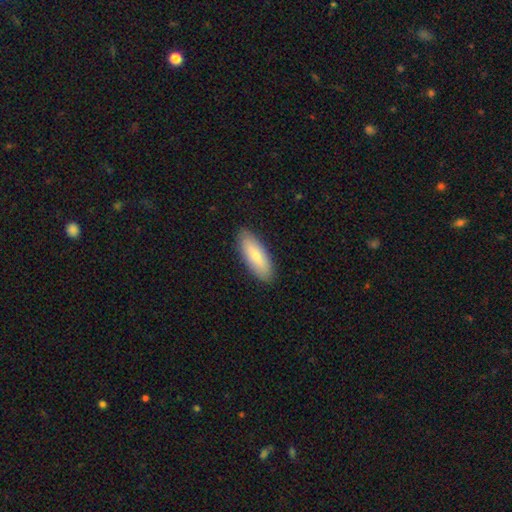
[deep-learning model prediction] Overall: smooth (74%). How rounded: in between (68%; cigar-shaped 30%). Merging: none (88%).